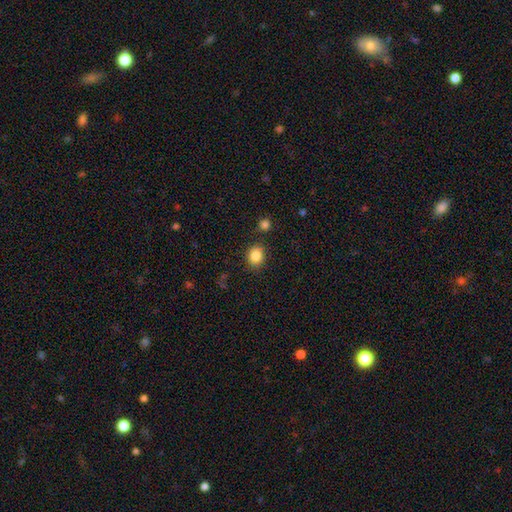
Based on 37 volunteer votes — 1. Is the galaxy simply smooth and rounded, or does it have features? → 92% smooth, 5% star or artifact, 3% featured or disk.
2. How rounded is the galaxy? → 56% round, 44% in between, 0% cigar-shaped.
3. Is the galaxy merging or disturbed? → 80% none, 17% minor disturbance, 3% merger, 0% major disturbance.